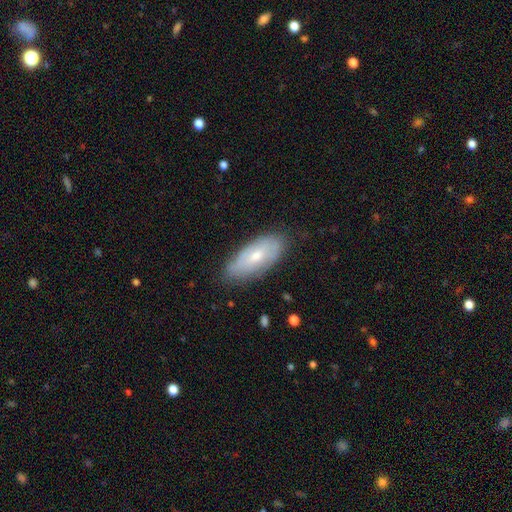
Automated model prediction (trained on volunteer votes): Smooth or featured?
  - smooth: 50% *
  - featured or disk: 44%
  - star or artifact: 7%
Merging?
  - none: 76% *
  - minor disturbance: 19%
  - major disturbance: 4%
  - merger: 1%